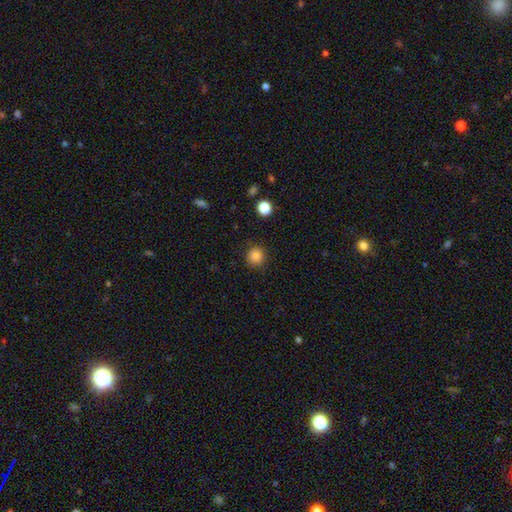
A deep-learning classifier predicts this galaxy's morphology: A smooth galaxy with no disk features (85%) that is round (93%). Merging: none (89%).